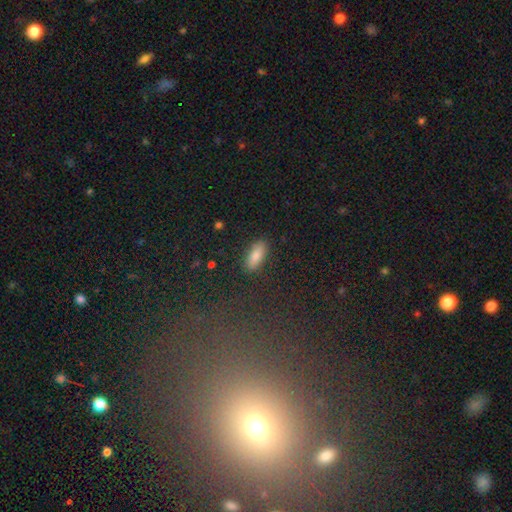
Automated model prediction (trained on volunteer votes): Q: Smooth or featured?
A: smooth (81%); runner-up: featured or disk (10%)
Q: How rounded?
A: in between (79%); runner-up: cigar-shaped (18%)
Q: Merging?
A: none (87%); runner-up: minor disturbance (9%)